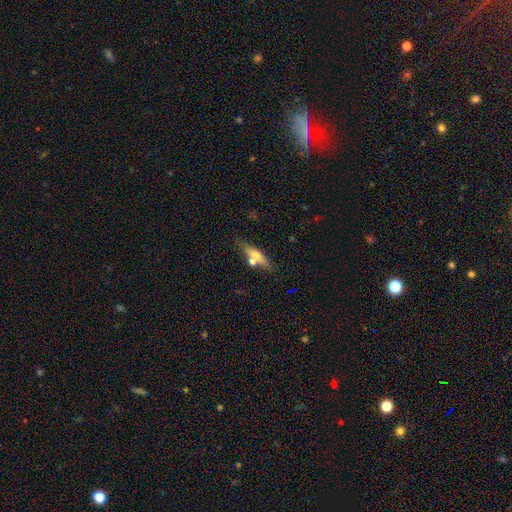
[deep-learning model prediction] A smooth galaxy with no disk features (52%) that is cigar-shaped (64%).

Vote fractions:
- Smooth or featured? smooth: 52% / featured or disk: 40% / star or artifact: 8%
- How rounded? cigar-shaped: 64% / in between: 32% / round: 4%
- Merging? none: 63% / merger: 20% / minor disturbance: 13% / major disturbance: 4%